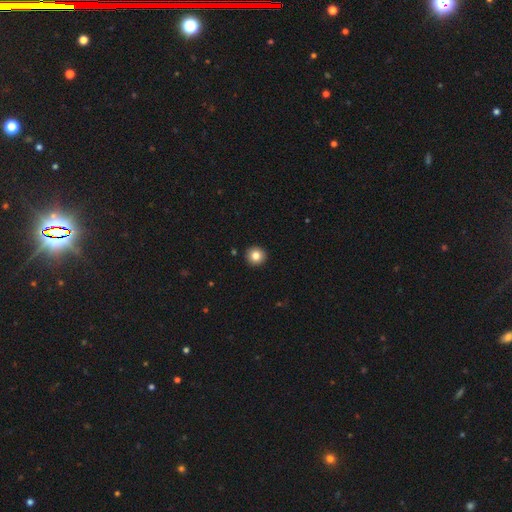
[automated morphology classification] smooth_or_featured: smooth (p=0.83) [alt: star or artifact p=0.10]
how_rounded: round (p=0.95) [alt: in between p=0.04]
merging: none (p=0.93) [alt: minor disturbance p=0.04]